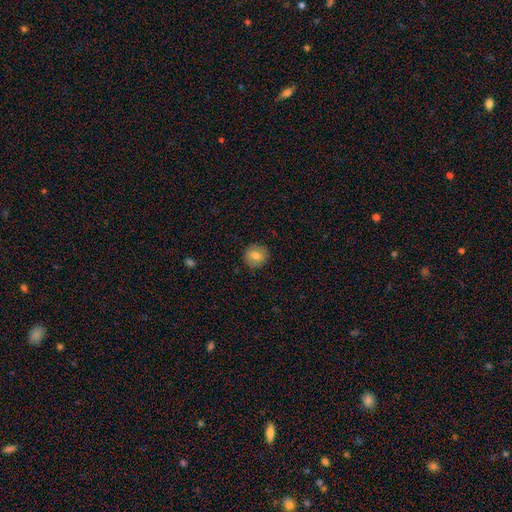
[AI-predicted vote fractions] Q: Smooth or featured?
A: smooth (76%); runner-up: featured or disk (14%)
Q: How rounded?
A: round (86%); runner-up: in between (13%)
Q: Merging?
A: none (87%); runner-up: minor disturbance (9%)